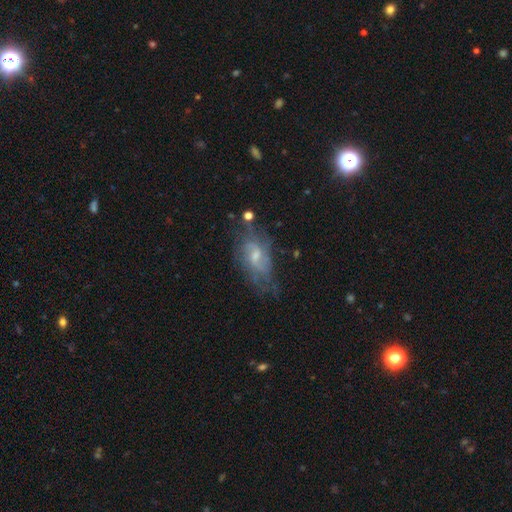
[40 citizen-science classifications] This is clearly a featured or disk galaxy (82%). It is clearly not viewed edge-on (94%). Bar: likely weak (68%). Spiral arm pattern: clearly yes (84%). Spiral arm count: possibly 2 (54%). Spiral winding: possibly loose (46%). Central bulge: possibly small (48%). Merging: possibly none (51%).